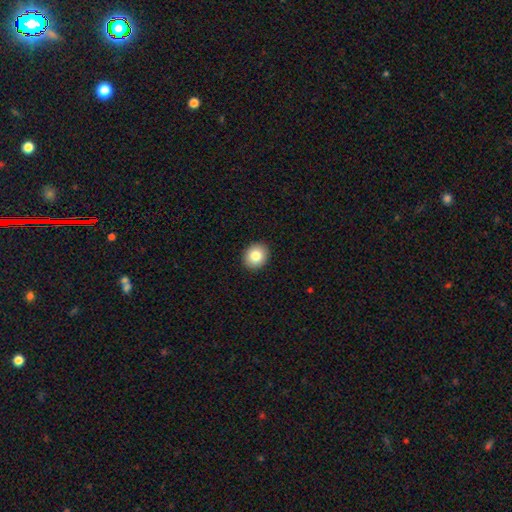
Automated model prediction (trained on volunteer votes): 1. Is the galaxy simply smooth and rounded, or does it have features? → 83% smooth, 9% star or artifact, 8% featured or disk.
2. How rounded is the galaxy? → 73% round, 26% in between, 1% cigar-shaped.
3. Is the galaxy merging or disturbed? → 92% none, 5% minor disturbance, 1% major disturbance, 1% merger.